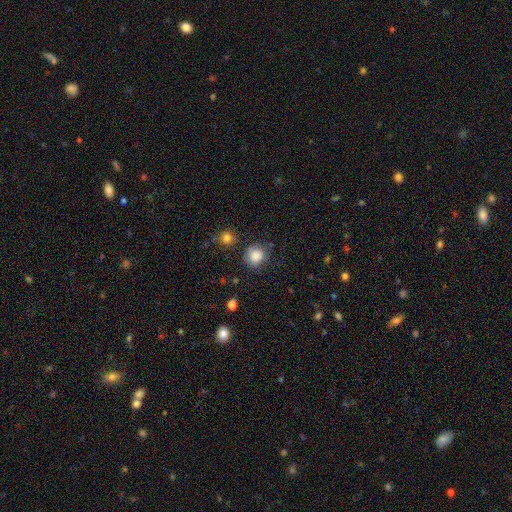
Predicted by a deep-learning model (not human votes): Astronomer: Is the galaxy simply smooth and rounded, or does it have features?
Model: smooth — 85%.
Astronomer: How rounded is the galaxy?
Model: round — 84%.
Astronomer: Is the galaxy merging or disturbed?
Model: none — 73%.